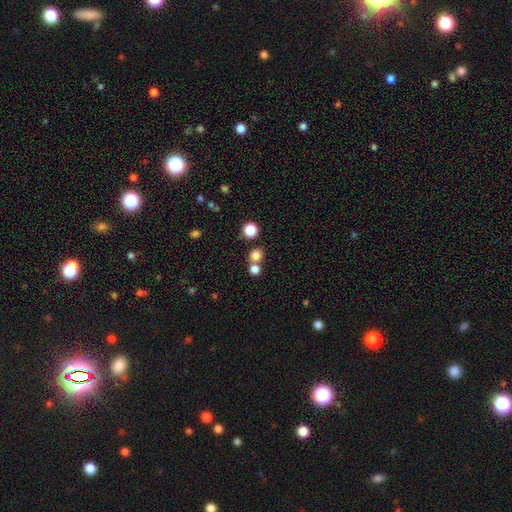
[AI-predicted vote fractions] Morphology: type=smooth (79%); roundness=round (85%); merging=none (61%).